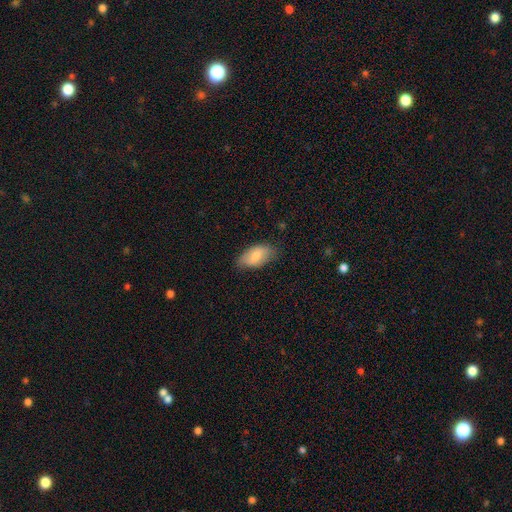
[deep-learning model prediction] This appears to be a smooth galaxy with no disk features (78%) that is in between round and cigar-shaped (94%). Merging: none (75%).